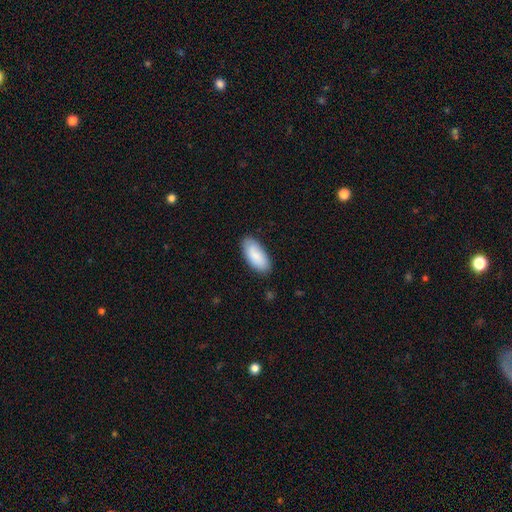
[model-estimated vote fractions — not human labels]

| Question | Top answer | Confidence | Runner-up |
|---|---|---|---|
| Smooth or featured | smooth | 84% | featured or disk (10%) |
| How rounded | in between | 91% | cigar-shaped (7%) |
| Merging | none | 84% | minor disturbance (13%) |